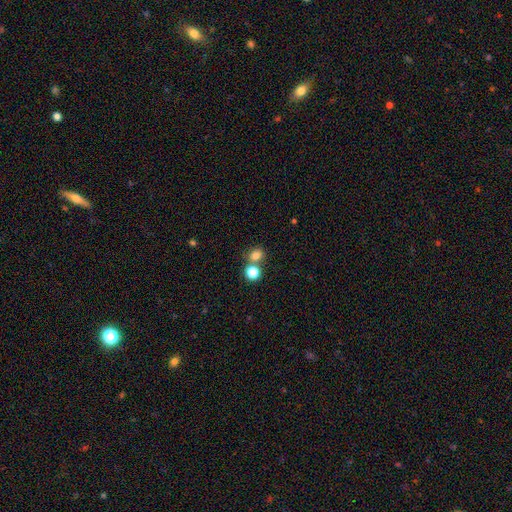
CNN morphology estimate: smooth 78%, star or artifact 15%, featured or disk 7%. Down the decision tree: how rounded — round (67%); merging — none (58%).